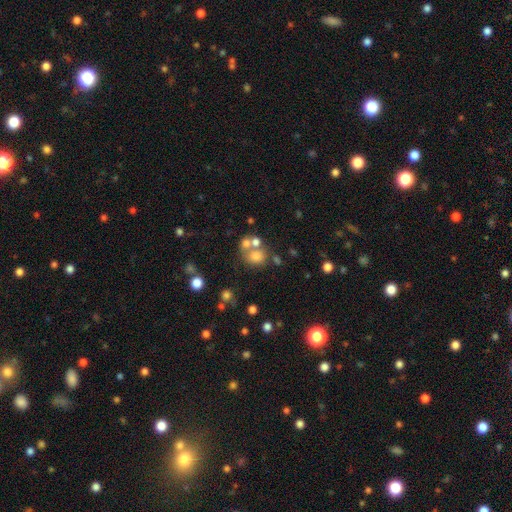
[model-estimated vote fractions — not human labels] A smooth galaxy with no disk features (68%) that is round (67%). Merging: none (45%).